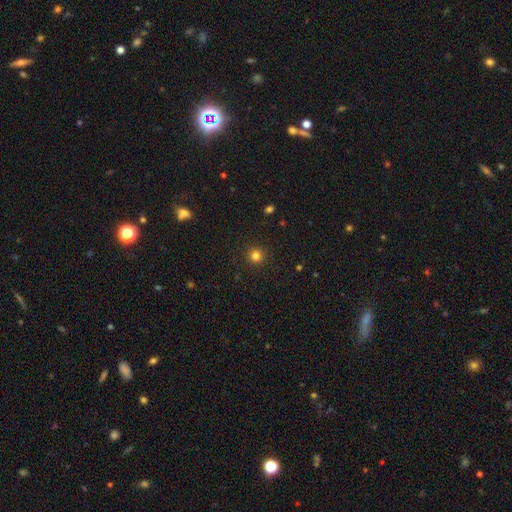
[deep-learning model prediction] smooth-or-featured: smooth: 81% | star or artifact: 14% | featured or disk: 5%
  how-rounded: round: 95% | in between: 4% | cigar-shaped: 1%
  merging: none: 92% | minor disturbance: 5% | major disturbance: 2% | merger: 1%